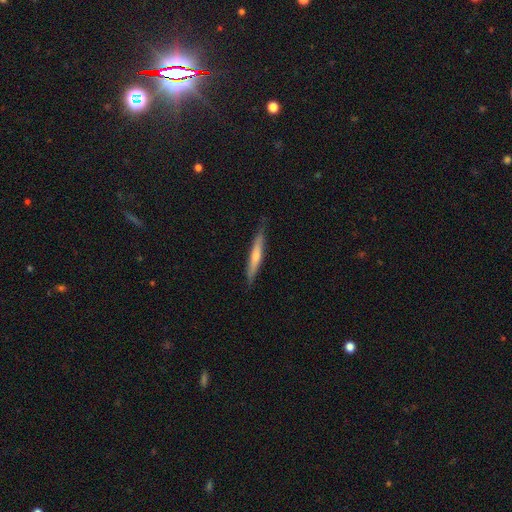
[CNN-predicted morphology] Smooth or featured: smooth — 53% (featured or disk — 42%)
How rounded: cigar-shaped — 93% (in between — 5%)
Merging: none — 83% (minor disturbance — 14%)